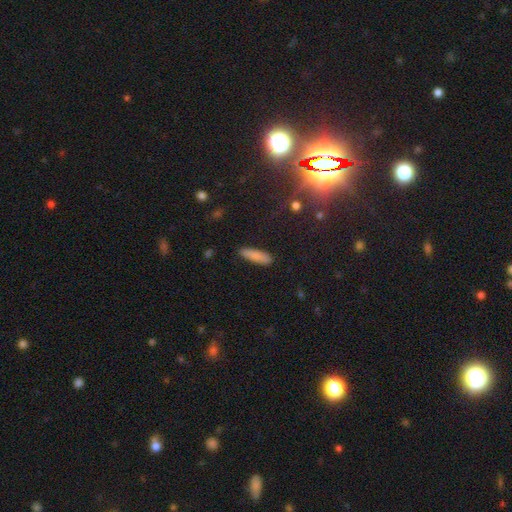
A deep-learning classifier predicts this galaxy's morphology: Overall: smooth (85%). How rounded: cigar-shaped (69%; in between 30%). Merging: none (87%).